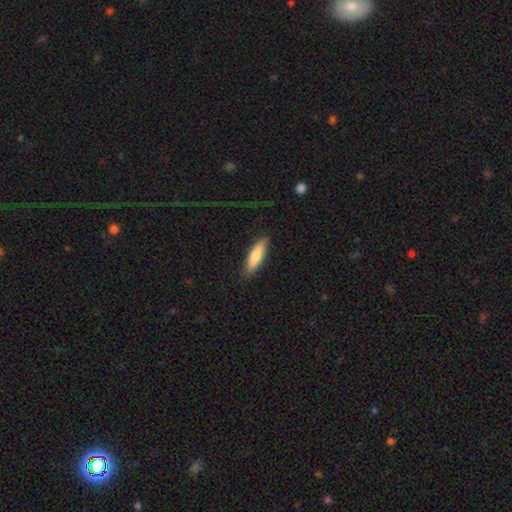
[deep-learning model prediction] A smooth galaxy with no disk features (80%) that is cigar-shaped (59%).

Vote fractions:
- Smooth or featured? smooth: 80% / featured or disk: 14% / star or artifact: 5%
- How rounded? cigar-shaped: 59% / in between: 40% / round: 2%
- Merging? none: 86% / minor disturbance: 11% / major disturbance: 2% / merger: 1%